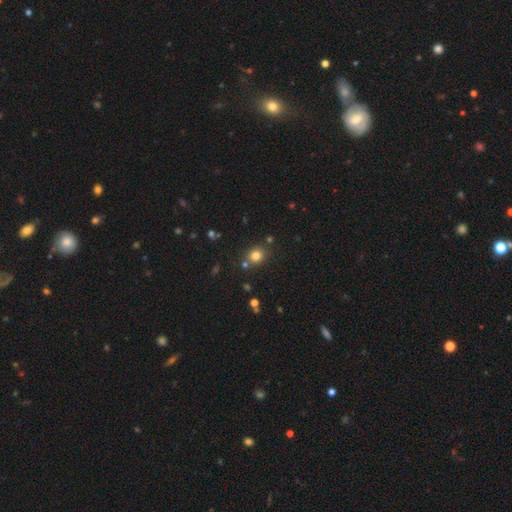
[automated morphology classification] A smooth galaxy with no disk features (78%) that is round (70%).

Vote fractions:
- Smooth or featured? smooth: 78% / star or artifact: 15% / featured or disk: 7%
- How rounded? round: 70% / in between: 29% / cigar-shaped: 1%
- Merging? none: 78% / minor disturbance: 11% / merger: 8% / major disturbance: 3%